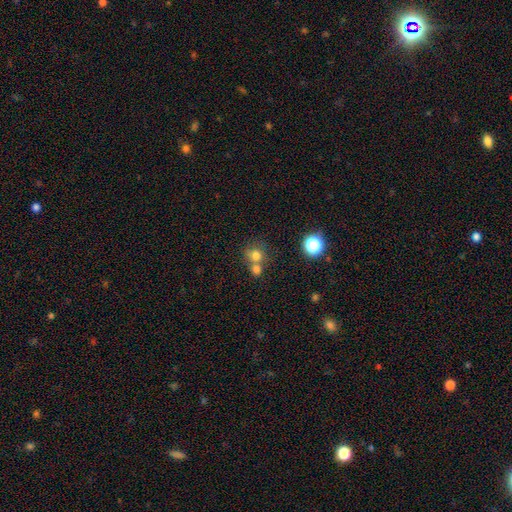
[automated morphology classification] A smooth galaxy with no disk features (74%) that is round (85%). Merging: none (46%).